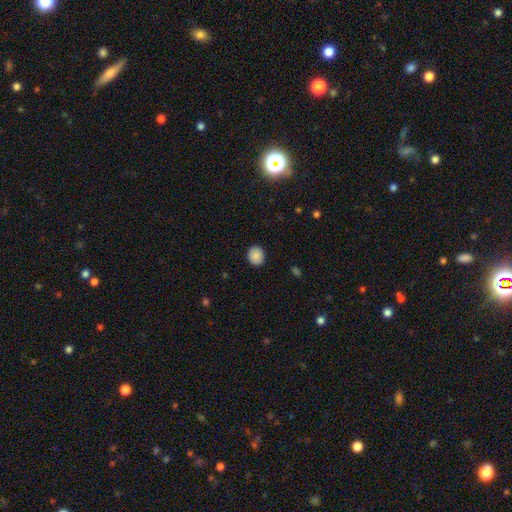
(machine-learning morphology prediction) A smooth galaxy with no disk features (88%) that is round (77%). Merging: none (89%).